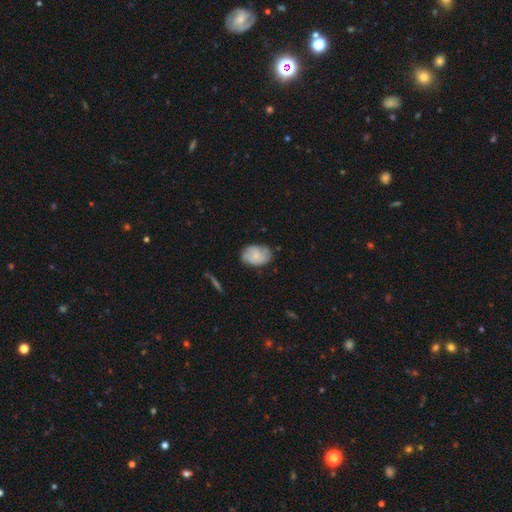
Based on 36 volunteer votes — Smooth or featured? smooth (50%)
How rounded? in between (78%)
Merging? none (66%)